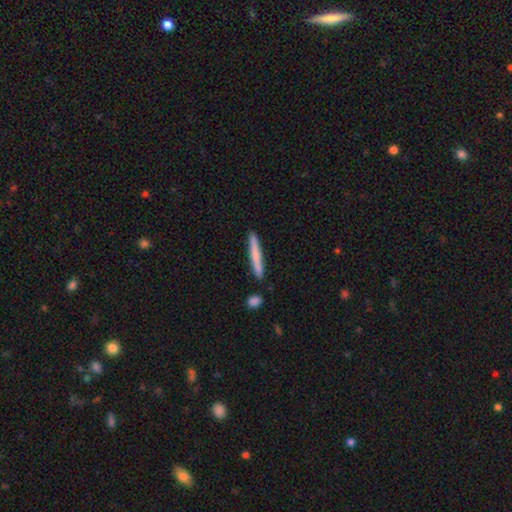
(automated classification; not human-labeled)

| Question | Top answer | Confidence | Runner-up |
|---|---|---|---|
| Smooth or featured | smooth | 71% | featured or disk (23%) |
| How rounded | cigar-shaped | 96% | in between (3%) |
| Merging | none | 87% | minor disturbance (8%) |